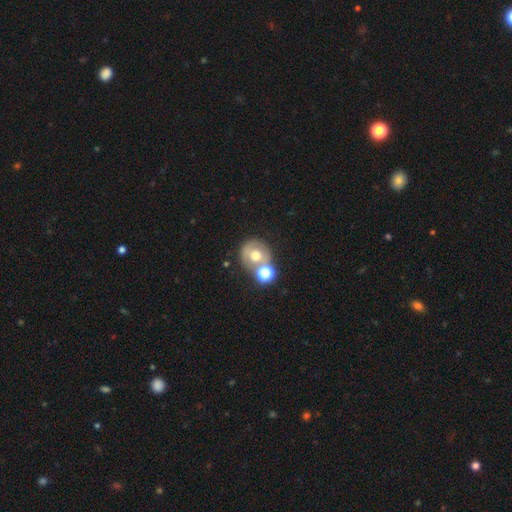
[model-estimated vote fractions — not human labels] A smooth galaxy with no disk features (54%) that is round (82%).

Vote fractions:
- Smooth or featured? smooth: 54% / featured or disk: 32% / star or artifact: 13%
- How rounded? round: 82% / in between: 17% / cigar-shaped: 1%
- Merging? none: 50% / merger: 32% / minor disturbance: 12% / major disturbance: 6%